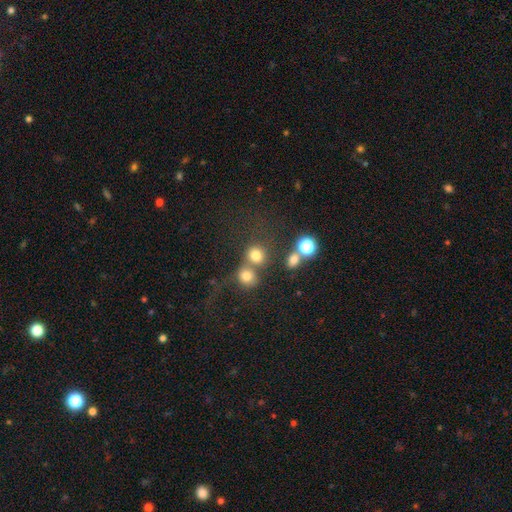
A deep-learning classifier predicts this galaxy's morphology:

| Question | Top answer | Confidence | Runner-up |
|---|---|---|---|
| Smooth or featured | smooth | 76% | star or artifact (15%) |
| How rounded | round | 85% | in between (14%) |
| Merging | none | 51% | merger (35%) |